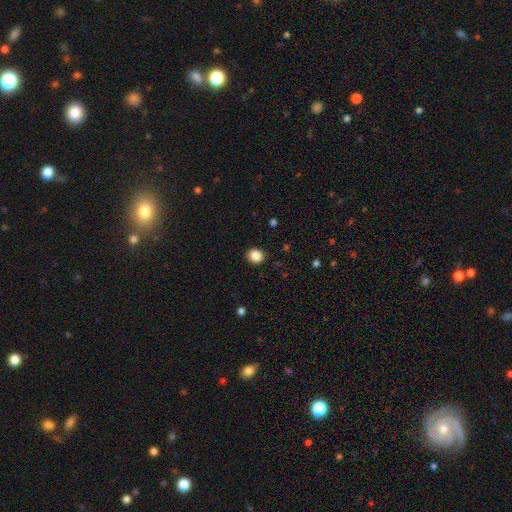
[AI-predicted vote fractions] This appears to be a smooth galaxy with no disk features (87%) that is round (82%). Merging: none (91%).